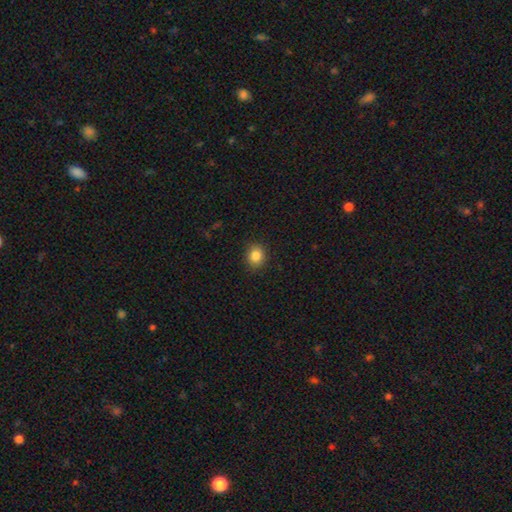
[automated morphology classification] A smooth galaxy with no disk features (85%) that is round (73%).

Vote fractions:
- Smooth or featured? smooth: 85% / star or artifact: 10% / featured or disk: 5%
- How rounded? round: 73% / in between: 26% / cigar-shaped: 1%
- Merging? none: 87% / minor disturbance: 9% / major disturbance: 2% / merger: 1%